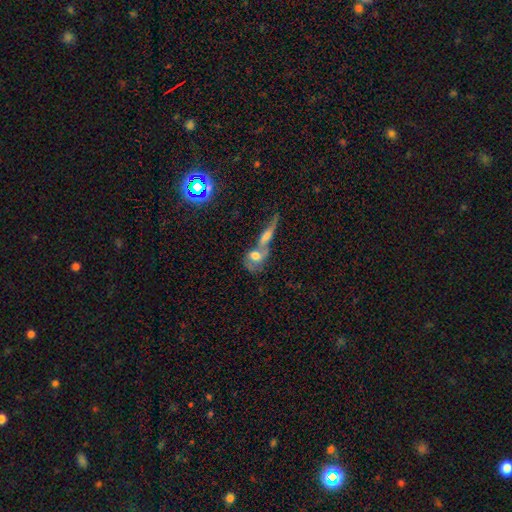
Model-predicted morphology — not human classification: smooth_or_featured: smooth (p=0.50) [alt: featured or disk p=0.40]
merging: merger (p=0.63) [alt: none p=0.21]